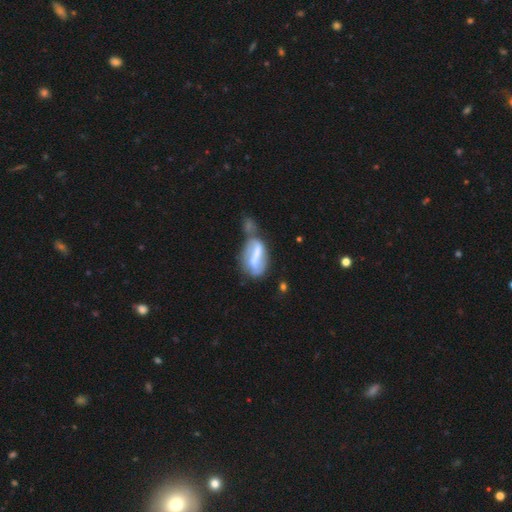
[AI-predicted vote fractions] smooth_or_featured: featured or disk (p=0.58) [alt: smooth p=0.34]
disk_edge_on: no (p=0.92) [alt: yes p=0.08]
bar: strong (p=0.61) [alt: weak p=0.23]
has_spiral_arms: no (p=0.50) [tied with: yes p=0.50]
bulge_size: none (p=0.37) [alt: moderate p=0.26]
merging: merger (p=0.37) [alt: none p=0.24]